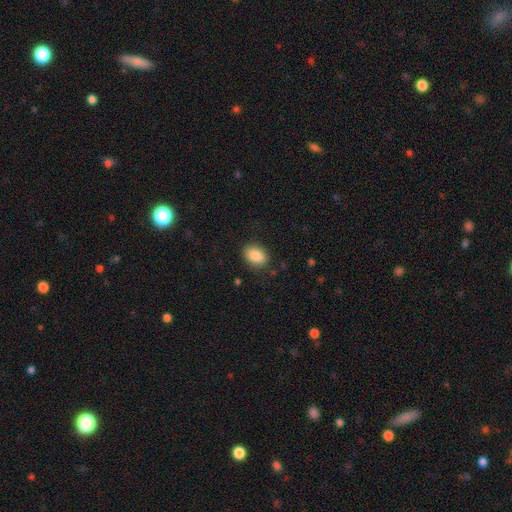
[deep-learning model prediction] Morphology: type=smooth (88%); roundness=in between (81%); merging=none (84%).